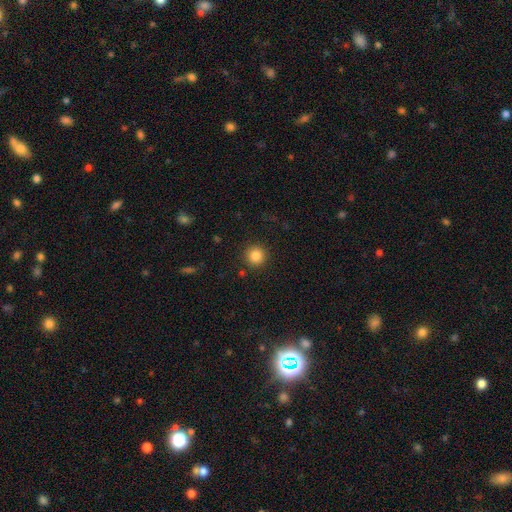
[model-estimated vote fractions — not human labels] Smooth or featured? smooth (85%)
How rounded? round (95%)
Merging? none (91%)